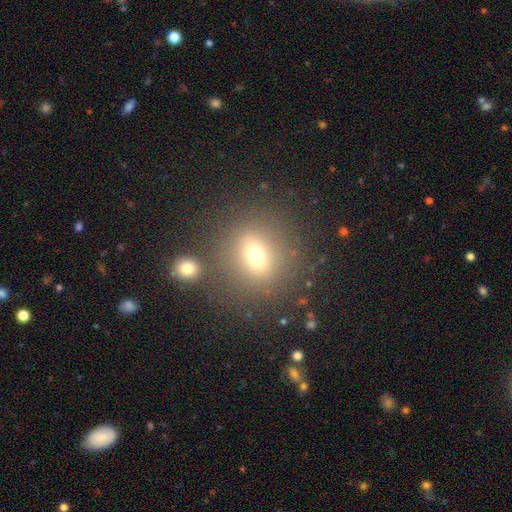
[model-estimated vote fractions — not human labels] smooth 66%, star or artifact 17%, featured or disk 16%. Down the decision tree: how rounded — round (71%); merging — none (76%).